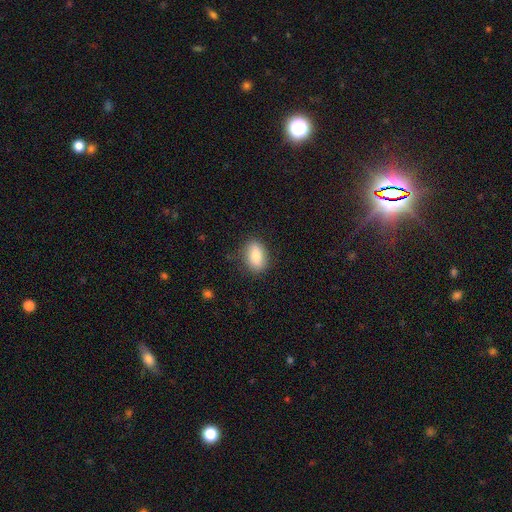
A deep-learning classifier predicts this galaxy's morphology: A smooth galaxy with no disk features (83%) that is in between round and cigar-shaped (83%). Merging: none (84%).